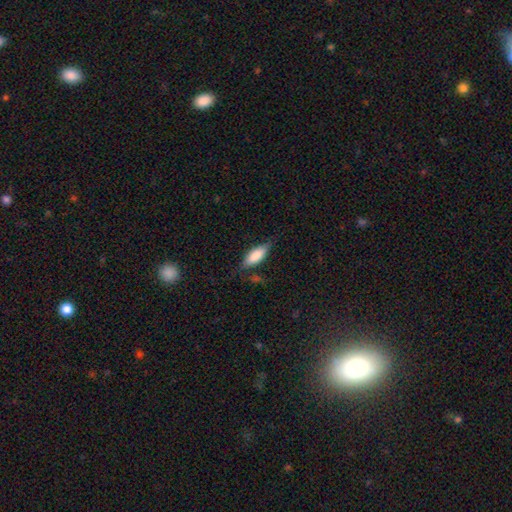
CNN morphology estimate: Smooth or featured: smooth — 77% (featured or disk — 17%)
How rounded: in between — 75% (cigar-shaped — 23%)
Merging: none — 67% (minor disturbance — 23%)